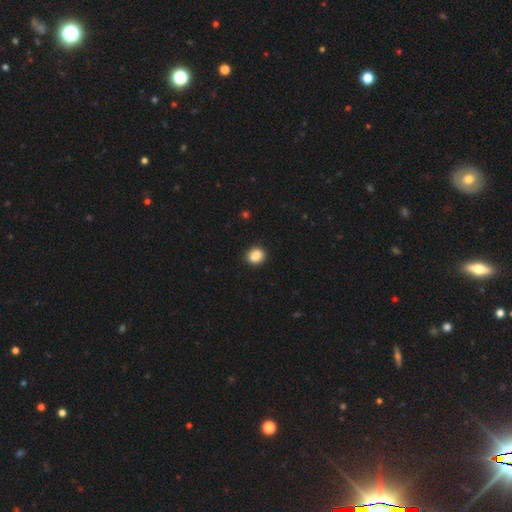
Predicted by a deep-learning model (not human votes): smooth_or_featured: smooth (p=0.88) [alt: star or artifact p=0.09]
how_rounded: round (p=0.67) [alt: in between p=0.32]
merging: none (p=0.91) [alt: minor disturbance p=0.06]